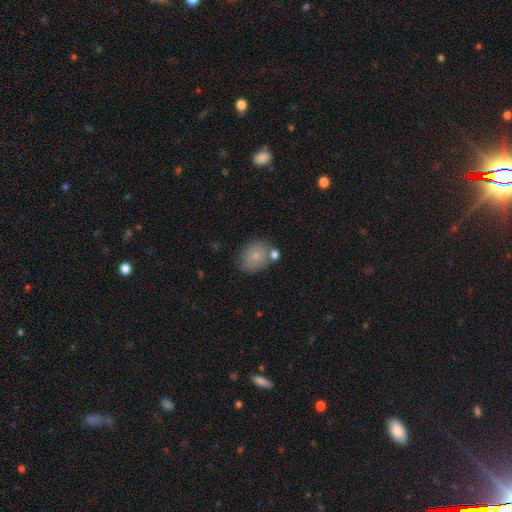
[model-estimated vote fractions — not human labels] Smooth or featured: smooth — 79% (featured or disk — 13%)
How rounded: in between — 53% (round — 46%)
Merging: none — 65% (minor disturbance — 16%)